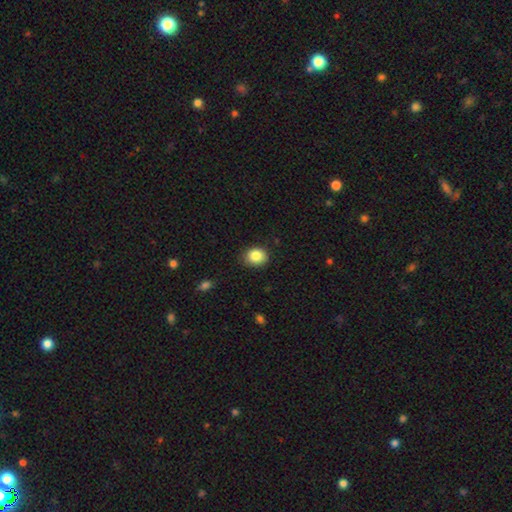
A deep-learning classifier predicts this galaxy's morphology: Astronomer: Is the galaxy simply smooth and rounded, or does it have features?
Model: smooth — 86%.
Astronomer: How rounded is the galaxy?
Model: round — 58% (runner-up: in between, 41%).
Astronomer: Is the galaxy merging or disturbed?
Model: none — 81%.